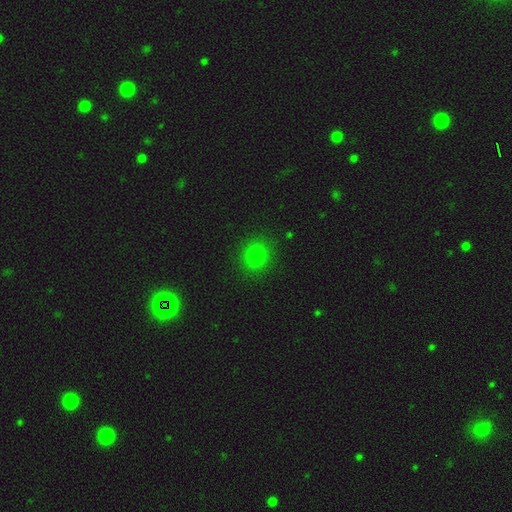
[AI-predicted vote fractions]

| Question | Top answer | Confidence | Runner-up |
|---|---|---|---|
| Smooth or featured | smooth | 80% | star or artifact (15%) |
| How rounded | round | 84% | in between (15%) |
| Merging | none | 89% | minor disturbance (7%) |